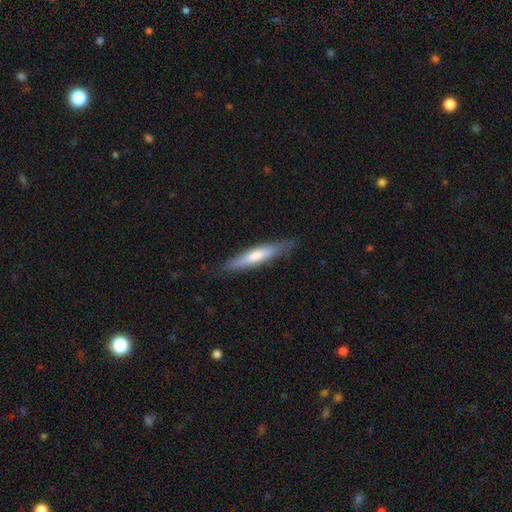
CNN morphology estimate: Q: Smooth or featured?
A: smooth (52%); runner-up: featured or disk (42%)
Q: How rounded?
A: cigar-shaped (89%); runner-up: in between (10%)
Q: Merging?
A: none (84%); runner-up: minor disturbance (12%)